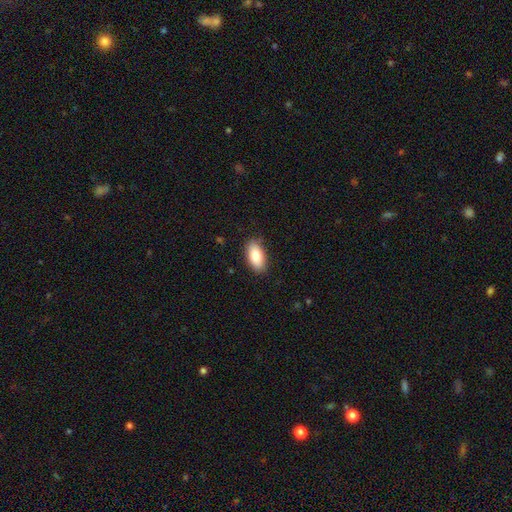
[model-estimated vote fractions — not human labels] Smooth or featured?
  - smooth: 84% *
  - featured or disk: 9%
  - star or artifact: 6%
How rounded?
  - in between: 91% *
  - cigar-shaped: 6%
  - round: 3%
Merging?
  - none: 85% *
  - minor disturbance: 12%
  - major disturbance: 2%
  - merger: 1%